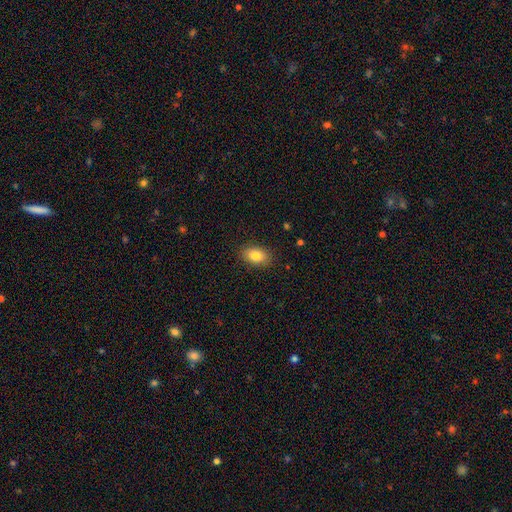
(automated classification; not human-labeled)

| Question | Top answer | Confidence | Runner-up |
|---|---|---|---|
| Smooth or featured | smooth | 83% | featured or disk (9%) |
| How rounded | in between | 87% | round (11%) |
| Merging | none | 88% | minor disturbance (9%) |